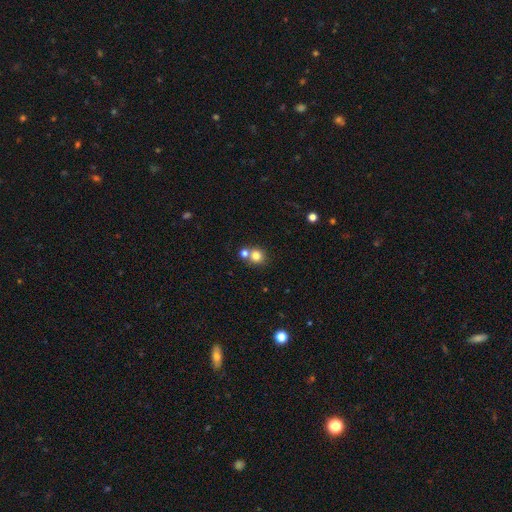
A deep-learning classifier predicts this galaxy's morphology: Smooth or featured? smooth (79%)
How rounded? round (86%)
Merging? none (52%)